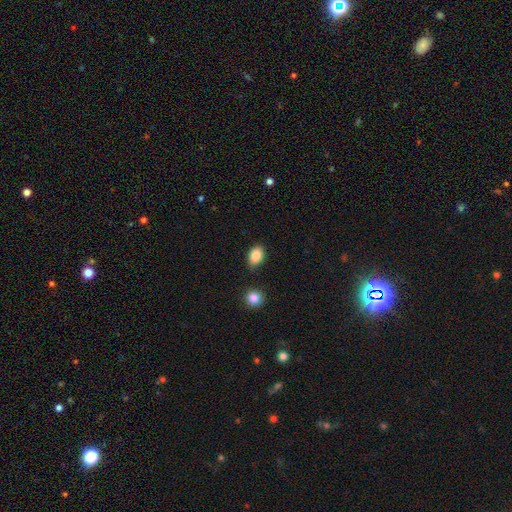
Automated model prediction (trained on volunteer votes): Smooth or featured? Predicted: smooth (p=0.86). How rounded? Predicted: in between (p=0.78). Merging? Predicted: none (p=0.79).